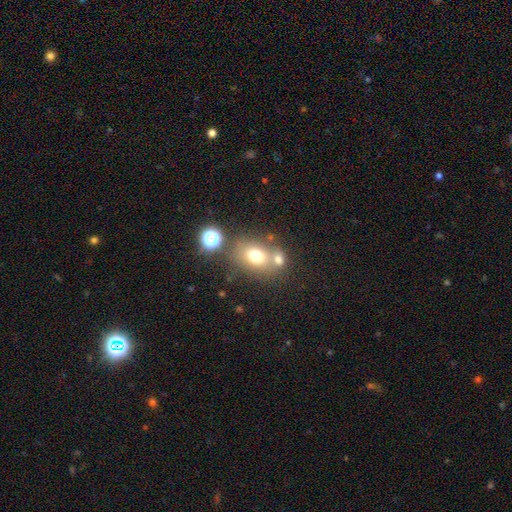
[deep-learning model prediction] Smooth or featured? Predicted: smooth (p=0.71). How rounded? Predicted: in between (p=0.58). Merging? Predicted: none (p=0.54).